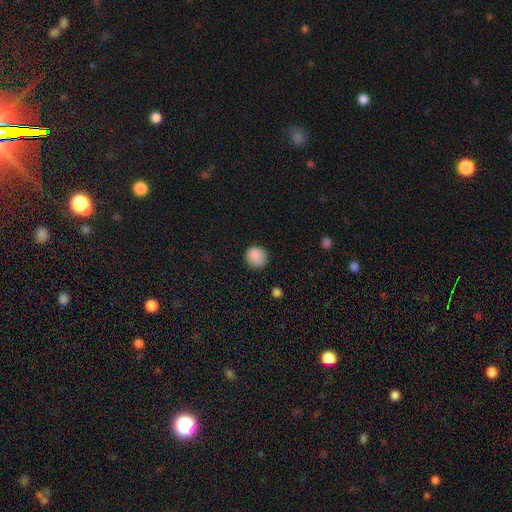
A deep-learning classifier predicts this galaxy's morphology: This is clearly a smooth galaxy (88%). How rounded: clearly round (87%). Merging: clearly none (85%).